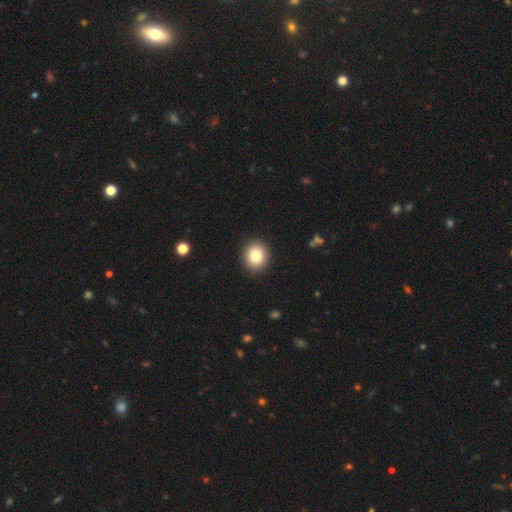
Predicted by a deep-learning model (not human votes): smooth_or_featured: smooth (p=0.81) [alt: star or artifact p=0.10]
how_rounded: round (p=0.79) [alt: in between p=0.21]
merging: none (p=0.92) [alt: minor disturbance p=0.06]